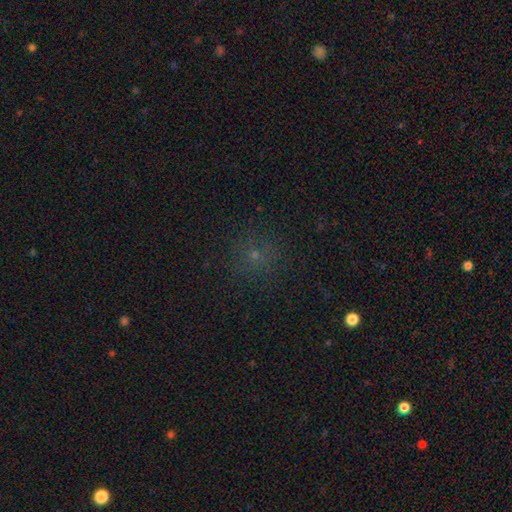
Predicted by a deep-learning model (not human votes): The model was most divided on "smooth or featured": smooth: 54%, star or artifact: 36%, featured or disk: 10%. More confident: how rounded — round (92%); merging — none (85%).